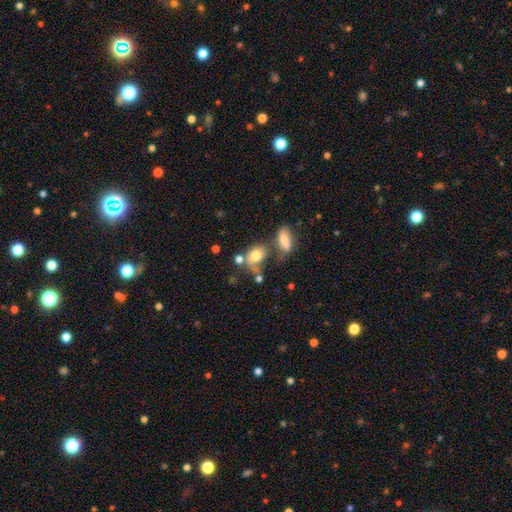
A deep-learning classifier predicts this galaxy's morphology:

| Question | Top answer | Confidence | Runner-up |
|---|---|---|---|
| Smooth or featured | smooth | 72% | featured or disk (18%) |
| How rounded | in between | 58% | round (39%) |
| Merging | none | 35% | merger (32%) |